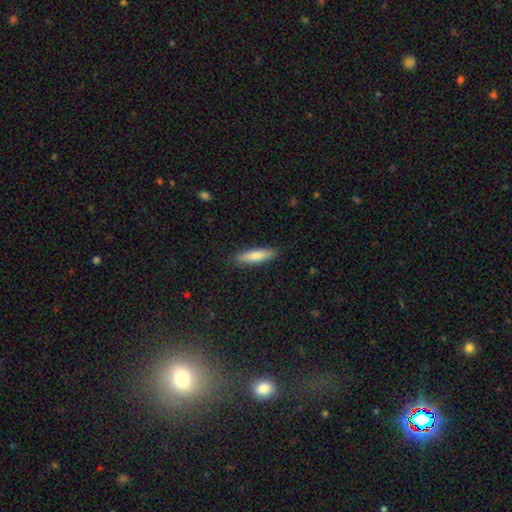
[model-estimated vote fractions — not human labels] The model was most divided on "how rounded": cigar-shaped: 72%, in between: 26%, round: 1%. More confident: merging — none (89%); smooth or featured — smooth (80%).